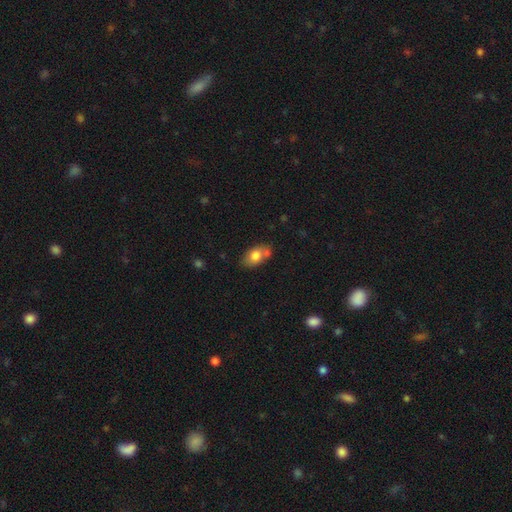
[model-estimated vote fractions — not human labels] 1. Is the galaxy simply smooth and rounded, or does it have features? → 77% smooth, 16% featured or disk, 8% star or artifact.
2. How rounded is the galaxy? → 83% in between, 14% round, 2% cigar-shaped.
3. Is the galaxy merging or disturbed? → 55% none, 21% merger, 19% minor disturbance, 5% major disturbance.